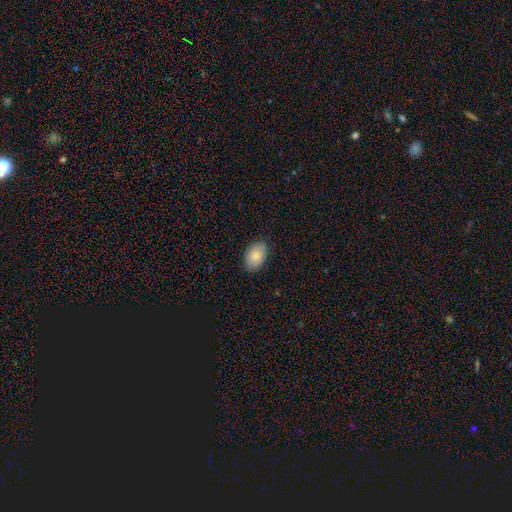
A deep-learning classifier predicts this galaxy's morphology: This is clearly a smooth galaxy (84%). How rounded: clearly in between (91%). Merging: clearly none (86%).